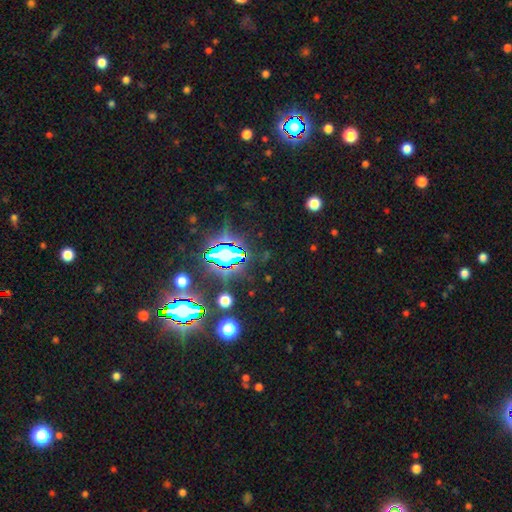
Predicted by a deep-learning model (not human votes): A star or artifact, not a galaxy (81%).